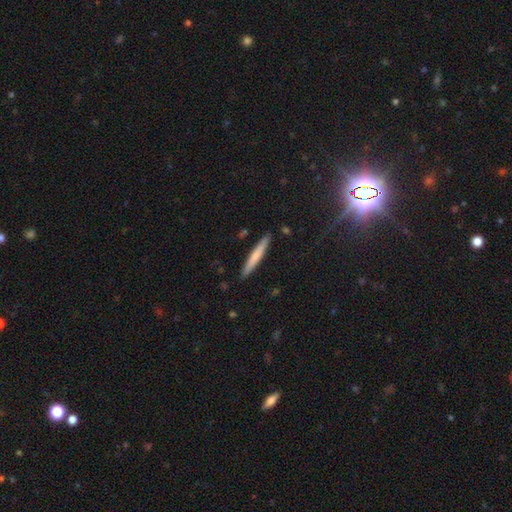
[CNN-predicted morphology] type=smooth (71%); roundness=cigar-shaped (96%); merging=none (90%).